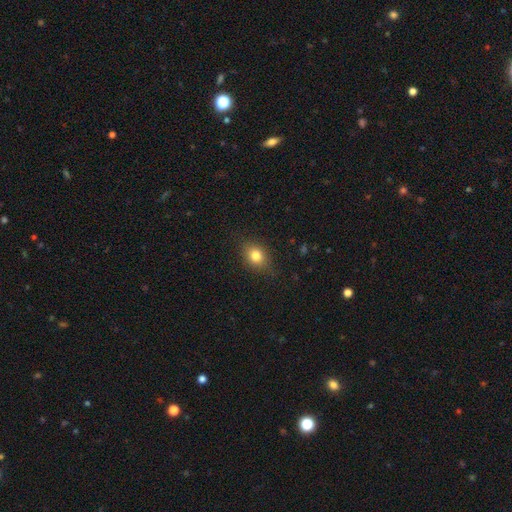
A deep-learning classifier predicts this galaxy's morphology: smooth_or_featured: smooth (p=0.79) [alt: star or artifact p=0.11]
how_rounded: round (p=0.54) [alt: in between p=0.45]
merging: none (p=0.82) [alt: minor disturbance p=0.14]